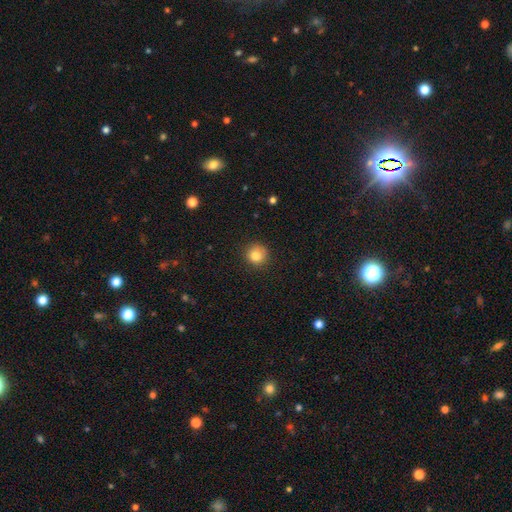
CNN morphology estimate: A smooth galaxy with no disk features (83%) that is round (92%). Merging: none (84%).